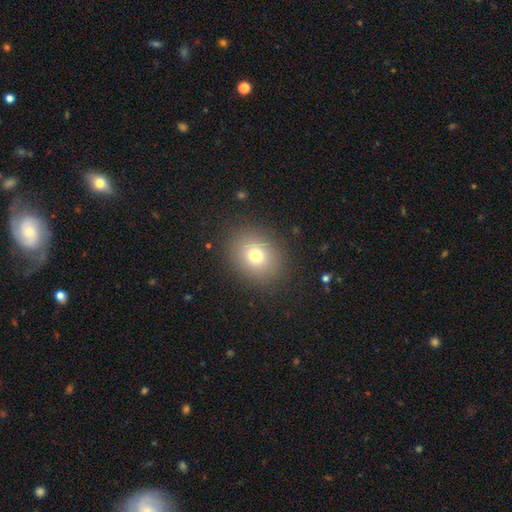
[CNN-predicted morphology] Smooth or featured? Predicted: smooth (p=0.75). How rounded? Predicted: round (p=0.60). Merging? Predicted: none (p=0.86).